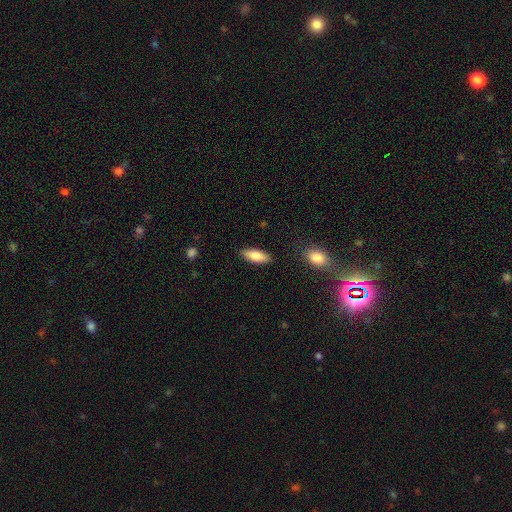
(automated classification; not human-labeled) smooth-or-featured: smooth: 82% | featured or disk: 12% | star or artifact: 6%
  how-rounded: in between: 73% | cigar-shaped: 25% | round: 2%
  merging: none: 86% | minor disturbance: 10% | major disturbance: 2% | merger: 2%